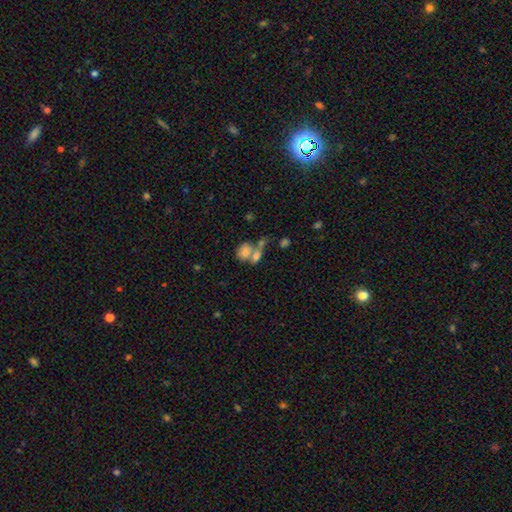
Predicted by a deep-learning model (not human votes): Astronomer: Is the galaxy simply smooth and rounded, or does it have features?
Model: smooth — 41% (runner-up: star or artifact, 39%).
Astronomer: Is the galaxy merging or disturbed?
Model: merger — 43% (runner-up: none, 40%).